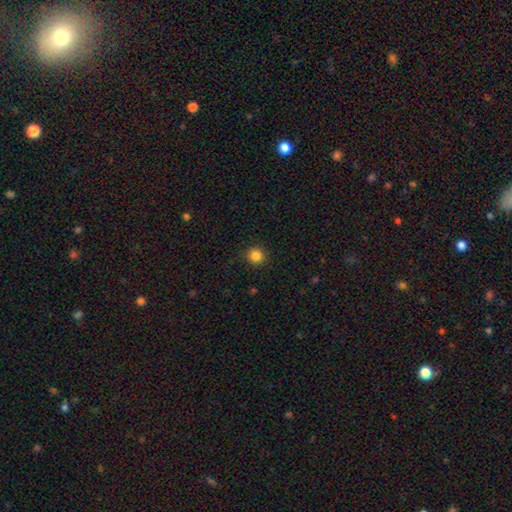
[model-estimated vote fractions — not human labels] Morphology: type=smooth (85%); roundness=round (93%); merging=none (91%).